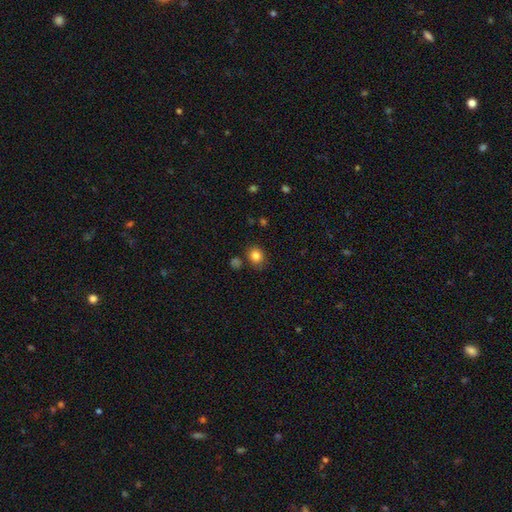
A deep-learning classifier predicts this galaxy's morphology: type=smooth (83%); roundness=round (72%); merging=none (81%).